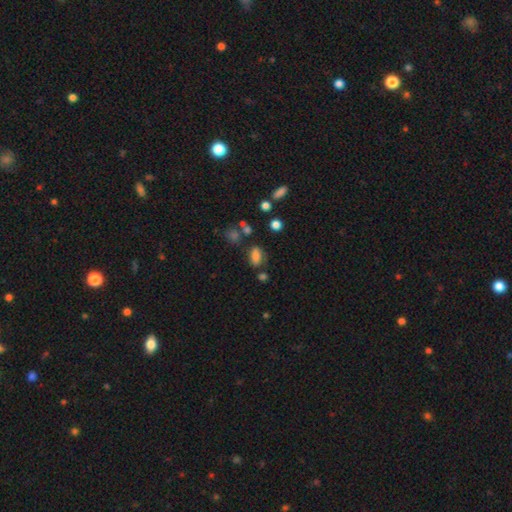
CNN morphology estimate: Smooth or featured?
  - smooth: 78% *
  - star or artifact: 13%
  - featured or disk: 9%
How rounded?
  - in between: 83% *
  - round: 11%
  - cigar-shaped: 7%
Merging?
  - none: 66% *
  - minor disturbance: 18%
  - merger: 8%
  - major disturbance: 7%